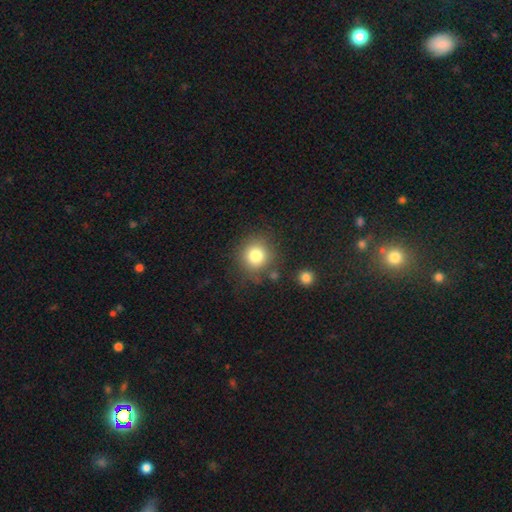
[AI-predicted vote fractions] Smooth or featured? smooth (80%)
How rounded? round (90%)
Merging? none (79%)